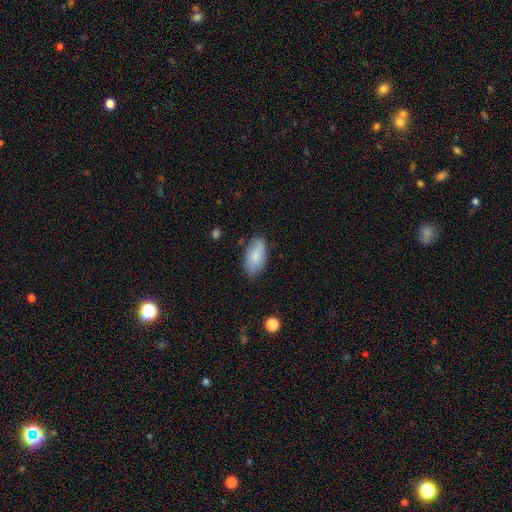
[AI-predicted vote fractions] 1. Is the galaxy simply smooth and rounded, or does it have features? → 78% smooth, 15% featured or disk, 7% star or artifact.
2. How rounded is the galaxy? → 94% in between, 3% cigar-shaped, 3% round.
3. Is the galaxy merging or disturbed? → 73% none, 21% minor disturbance, 4% major disturbance, 2% merger.